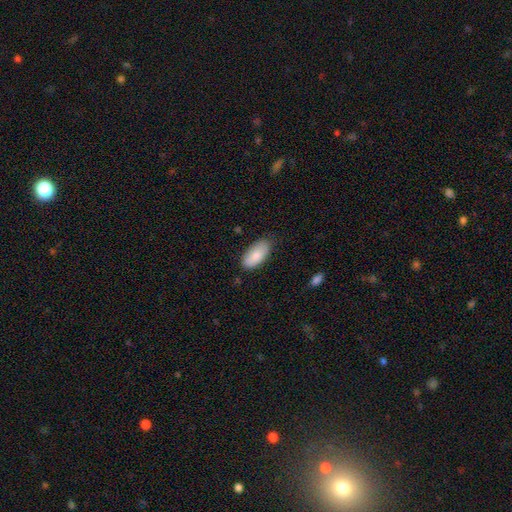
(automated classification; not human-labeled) This is clearly a smooth galaxy (84%). How rounded: clearly in between (93%). Merging: likely none (78%).